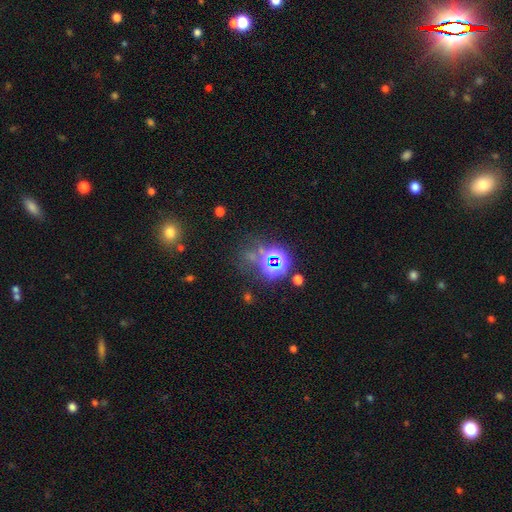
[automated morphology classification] smooth_or_featured: star or artifact (p=0.71) [alt: smooth p=0.18]